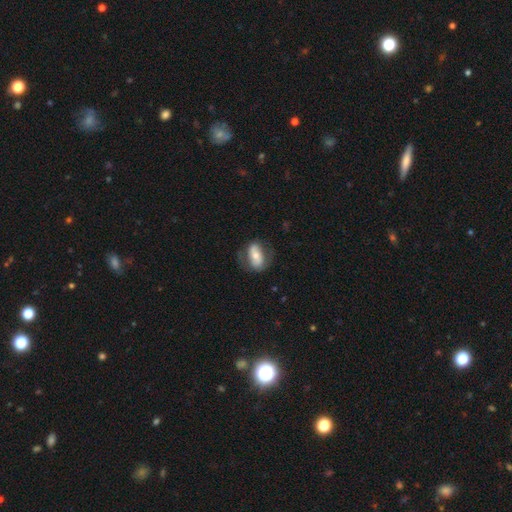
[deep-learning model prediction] Smooth or featured: smooth — 53% (featured or disk — 40%)
How rounded: in between — 87% (round — 9%)
Merging: none — 65% (minor disturbance — 21%)